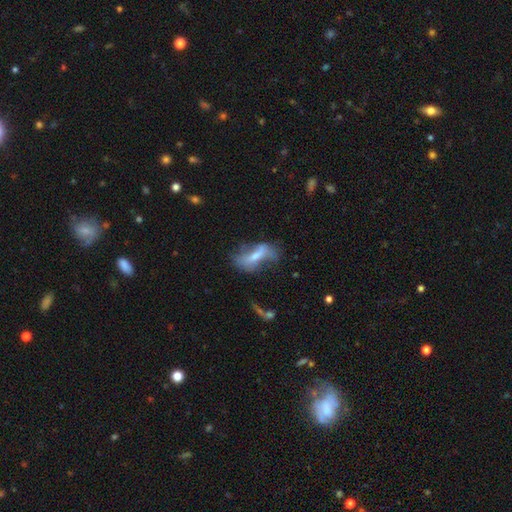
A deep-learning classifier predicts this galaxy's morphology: Overall: featured or disk (55%; smooth 36%). Edge-on disk: no (83%). Merging: none (45%; minor disturbance 26%).